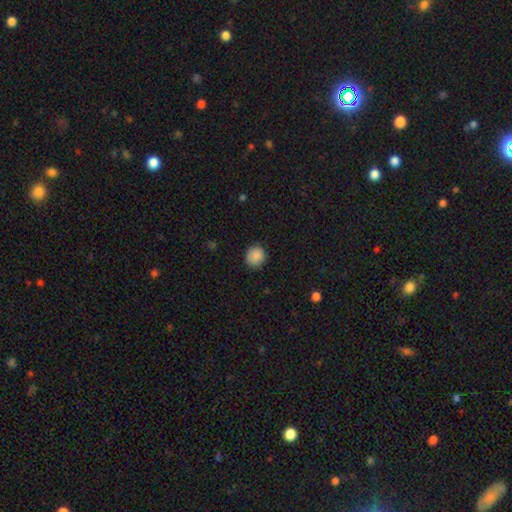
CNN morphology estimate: Overall: smooth (88%). How rounded: round (87%). Merging: none (86%).